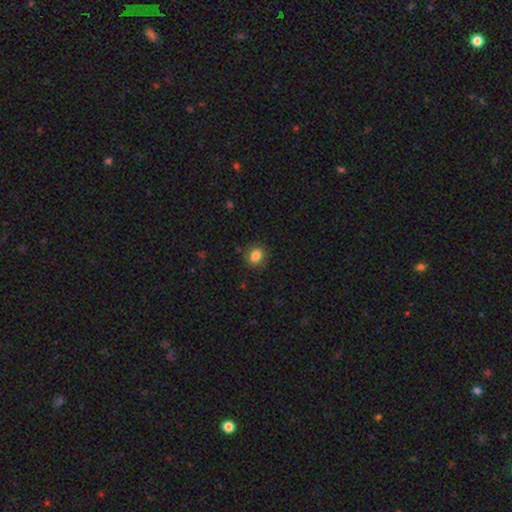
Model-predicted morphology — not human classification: The model was most divided on "how rounded": round: 52%, in between: 47%, cigar-shaped: 1%. More confident: merging — none (85%); smooth or featured — smooth (85%).